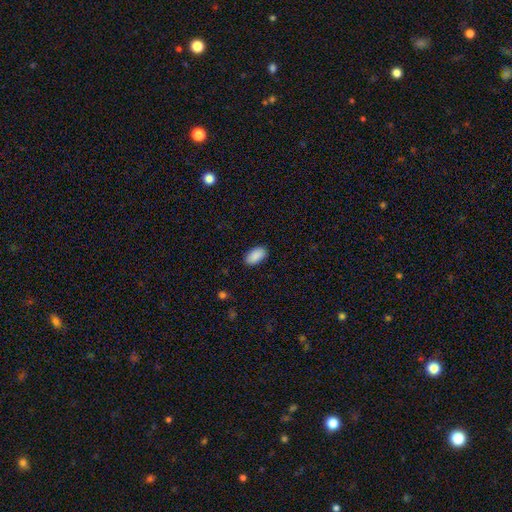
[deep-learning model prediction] A smooth galaxy with no disk features (91%) that is in between round and cigar-shaped (95%).

Vote fractions:
- Smooth or featured? smooth: 91% / star or artifact: 6% / featured or disk: 3%
- How rounded? in between: 95% / round: 3% / cigar-shaped: 2%
- Merging? none: 89% / minor disturbance: 8% / major disturbance: 2% / merger: 1%